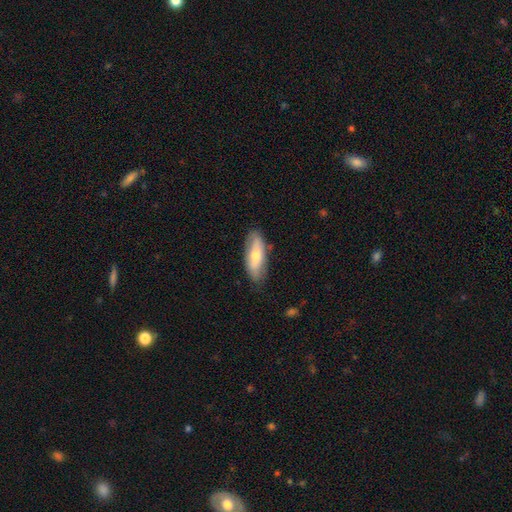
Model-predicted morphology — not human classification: Smooth or featured? smooth (63%)
How rounded? in between (72%)
Merging? none (78%)